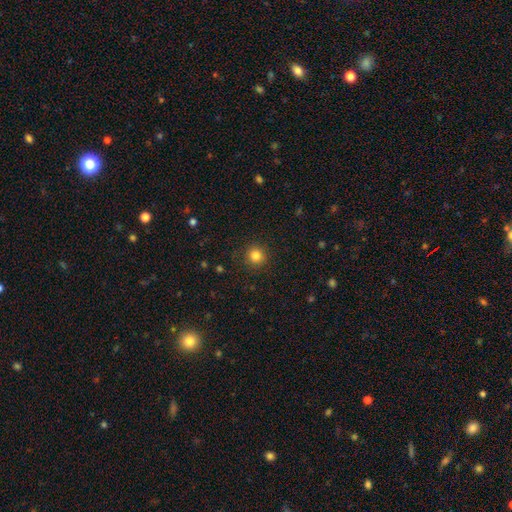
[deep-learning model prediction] Morphology: type=smooth (82%); roundness=round (94%); merging=none (91%).